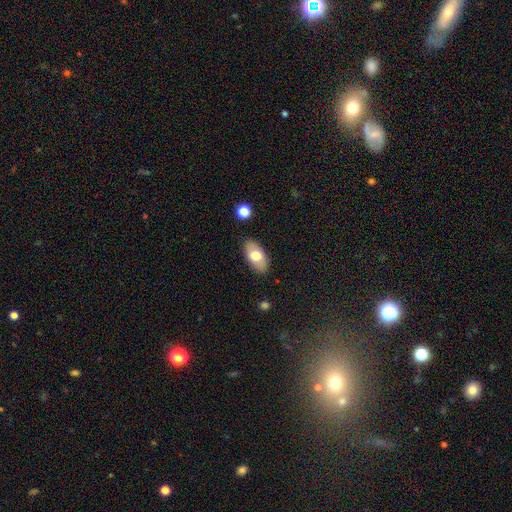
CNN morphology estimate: smooth_or_featured: smooth (p=0.70) [alt: featured or disk p=0.23]
how_rounded: in between (p=0.93) [alt: round p=0.04]
merging: none (p=0.86) [alt: minor disturbance p=0.10]